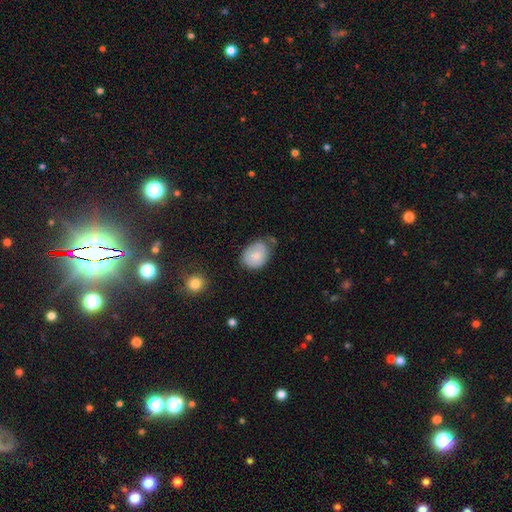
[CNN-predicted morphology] Overall: smooth (80%). How rounded: in between (62%; round 37%). Merging: none (57%; minor disturbance 31%).